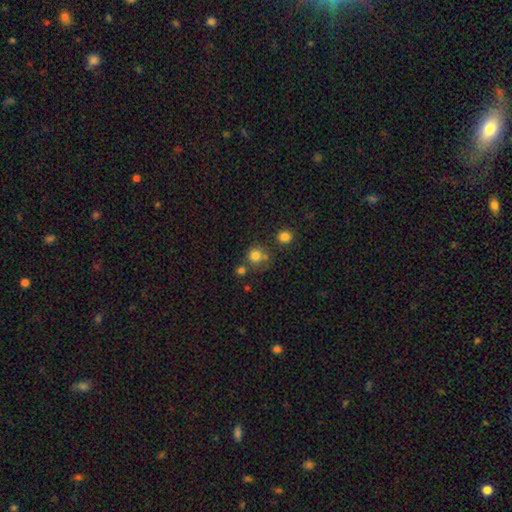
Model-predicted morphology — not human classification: A smooth galaxy with no disk features (78%) that is round (88%). Merging: none (62%).